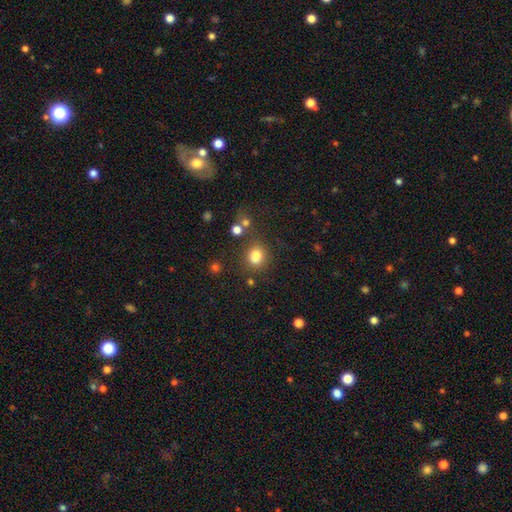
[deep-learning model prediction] smooth 78%, star or artifact 15%, featured or disk 8%. Down the decision tree: how rounded — round (78%); merging — none (65%).